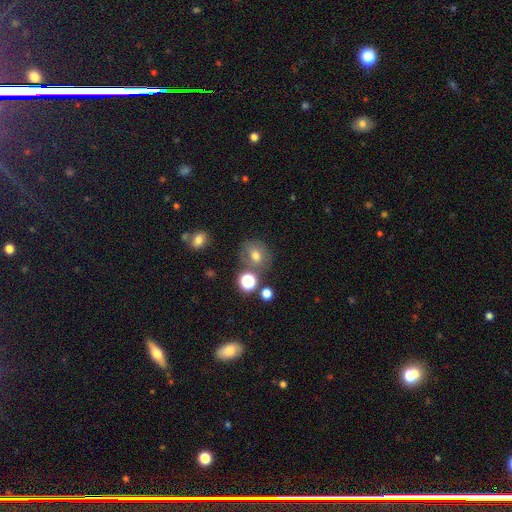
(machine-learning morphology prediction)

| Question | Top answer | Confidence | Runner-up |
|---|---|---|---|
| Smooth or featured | smooth | 68% | featured or disk (17%) |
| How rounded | round | 64% | in between (35%) |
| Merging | none | 65% | minor disturbance (16%) |